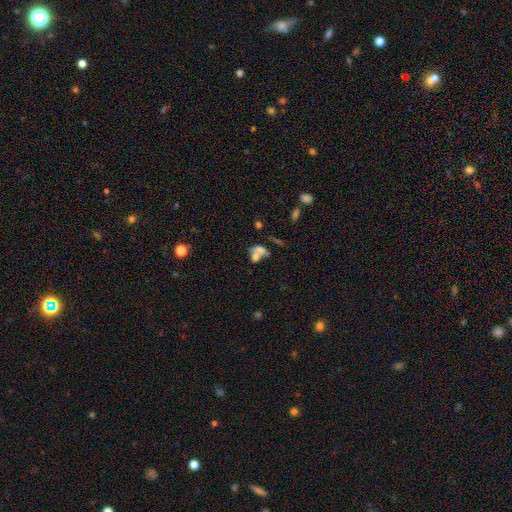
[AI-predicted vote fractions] A smooth galaxy with no disk features (59%) that is in between round and cigar-shaped (64%).

Vote fractions:
- Smooth or featured? smooth: 59% / featured or disk: 26% / star or artifact: 15%
- How rounded? in between: 64% / round: 32% / cigar-shaped: 4%
- Merging? merger: 61% / none: 21% / major disturbance: 10% / minor disturbance: 8%